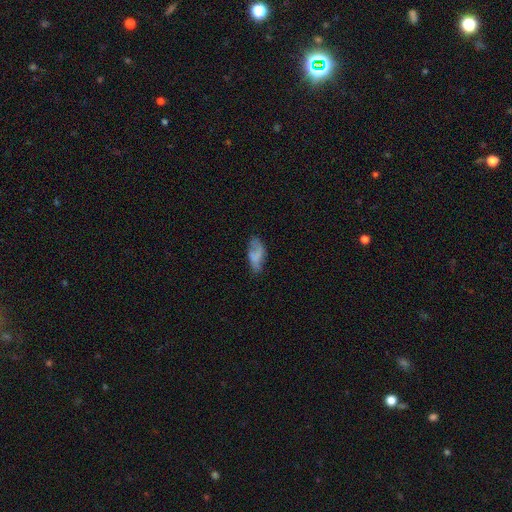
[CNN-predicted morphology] smooth 63%, featured or disk 27%, star or artifact 9%. Down the decision tree: how rounded — in between (88%); merging — none (49%).